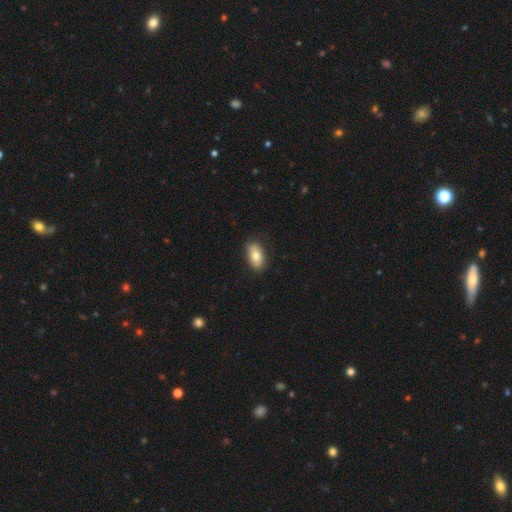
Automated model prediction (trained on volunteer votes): This appears to be a smooth galaxy with no disk features (77%) that is in between round and cigar-shaped (91%). Merging: none (84%).